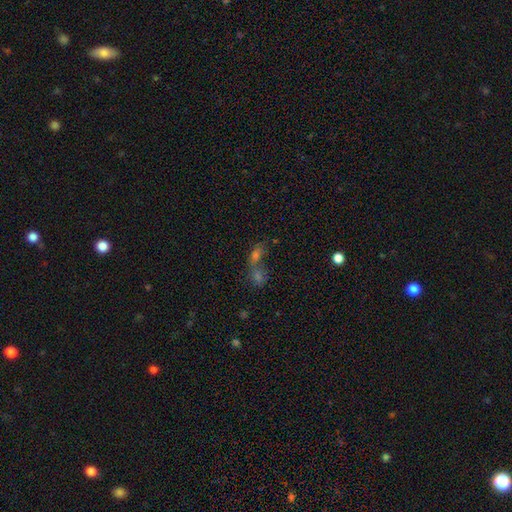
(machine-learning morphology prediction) A smooth galaxy with no disk features (55%) that is in between round and cigar-shaped (63%). Merging: merger (66%).